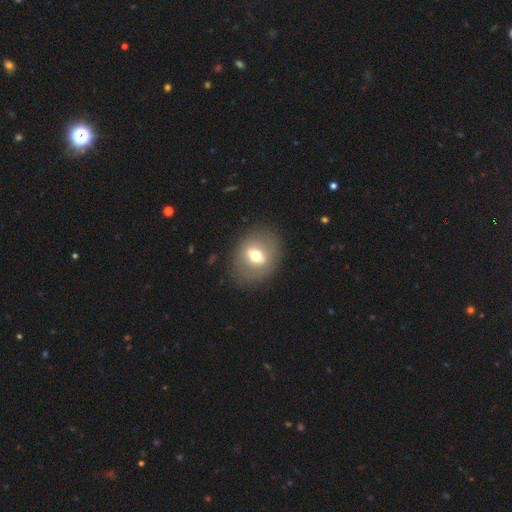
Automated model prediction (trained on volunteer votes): Smooth or featured: smooth — 52% (featured or disk — 38%)
How rounded: round — 50% (in between — 48%)
Merging: none — 84% (minor disturbance — 10%)